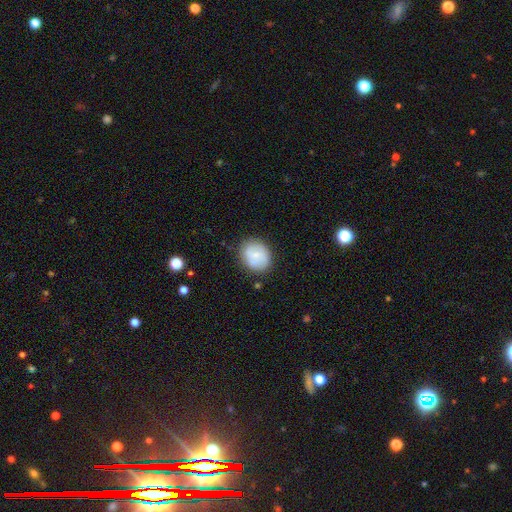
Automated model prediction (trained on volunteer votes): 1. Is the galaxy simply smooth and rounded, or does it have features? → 70% smooth, 22% featured or disk, 7% star or artifact.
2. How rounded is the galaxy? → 61% round, 38% in between, 1% cigar-shaped.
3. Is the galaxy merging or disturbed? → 78% none, 16% minor disturbance, 4% major disturbance, 2% merger.